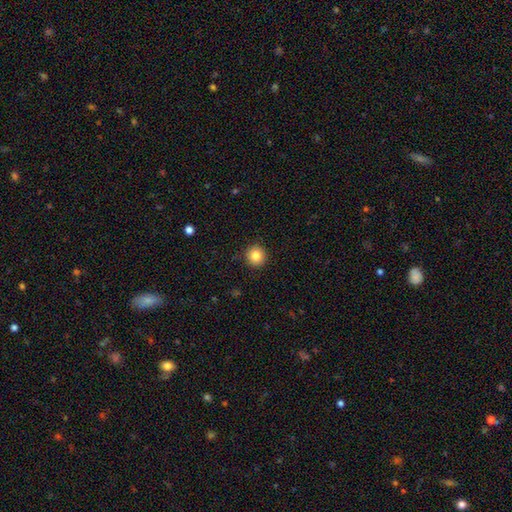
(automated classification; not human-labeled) Overall: smooth (85%). How rounded: round (95%). Merging: none (91%).